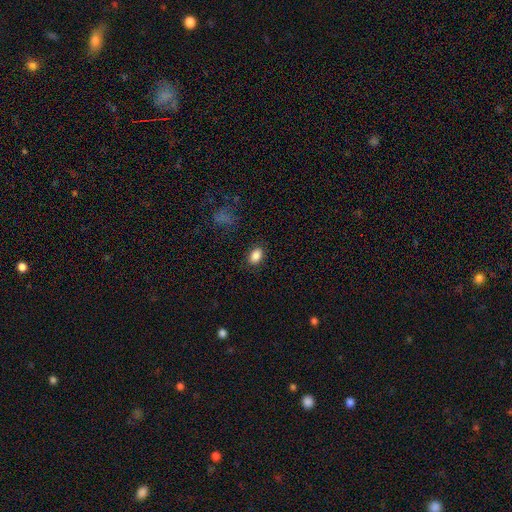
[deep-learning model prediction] Smooth or featured?
  - smooth: 87% *
  - star or artifact: 9%
  - featured or disk: 4%
How rounded?
  - in between: 80% *
  - round: 18%
  - cigar-shaped: 1%
Merging?
  - none: 86% *
  - minor disturbance: 10%
  - major disturbance: 3%
  - merger: 1%